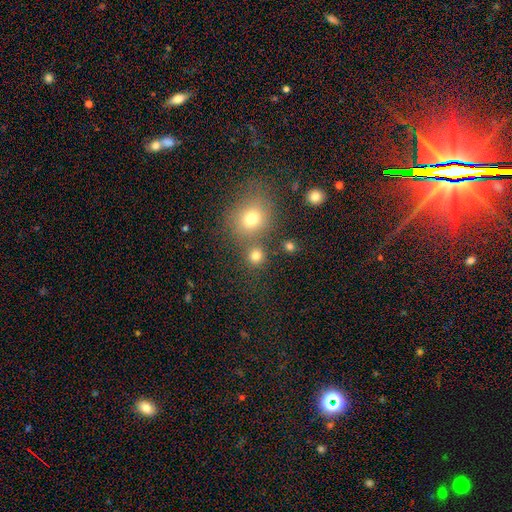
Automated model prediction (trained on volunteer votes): Smooth or featured?
  - smooth: 78% *
  - star or artifact: 16%
  - featured or disk: 6%
How rounded?
  - round: 88% *
  - in between: 11%
  - cigar-shaped: 1%
Merging?
  - none: 69% *
  - merger: 20%
  - minor disturbance: 7%
  - major disturbance: 4%